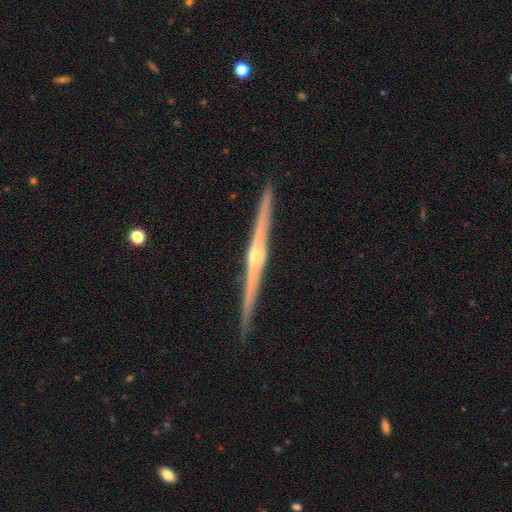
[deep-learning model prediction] The model was most divided on "edge-on bulge": rounded: 86%, none: 9%, boxy: 5%. More confident: edge-on disk — yes (99%); merging — none (93%); smooth or featured — featured or disk (87%).